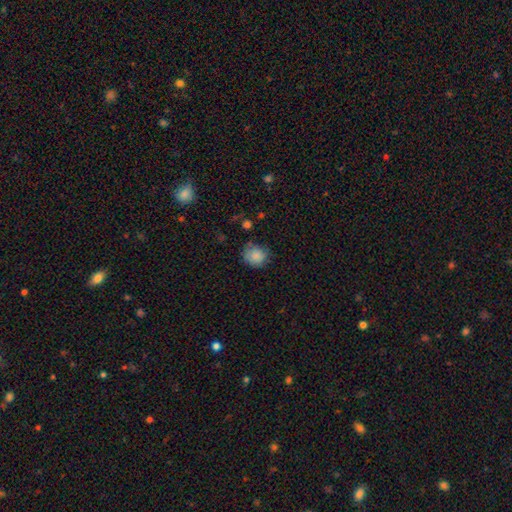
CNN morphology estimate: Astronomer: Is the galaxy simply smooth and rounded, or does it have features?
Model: smooth — 85%.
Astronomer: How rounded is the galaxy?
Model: round — 81%.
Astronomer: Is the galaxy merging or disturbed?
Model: none — 72%.